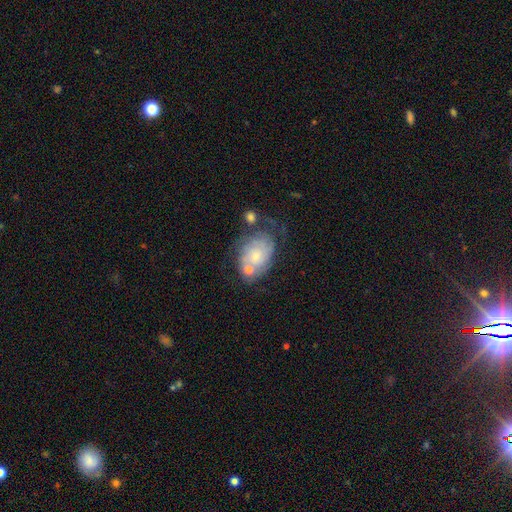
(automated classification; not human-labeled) This appears to be a featured or disk galaxy (56%) with no bar (82%), spiral arms (73%) and a small central bulge (65%). Merging: none (39%).